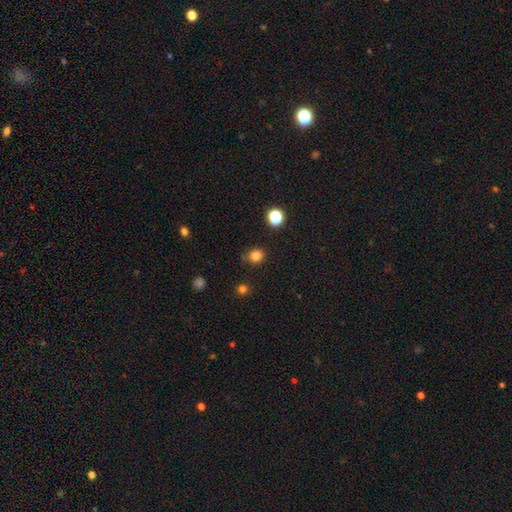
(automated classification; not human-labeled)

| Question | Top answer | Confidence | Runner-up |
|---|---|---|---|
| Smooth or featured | smooth | 82% | star or artifact (14%) |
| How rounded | round | 84% | in between (15%) |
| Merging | none | 82% | minor disturbance (12%) |